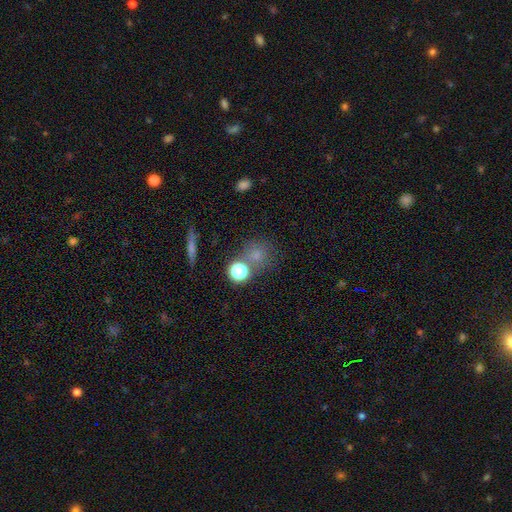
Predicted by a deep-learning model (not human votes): Smooth or featured?
  - smooth: 70% *
  - star or artifact: 20%
  - featured or disk: 10%
How rounded?
  - round: 85% *
  - in between: 13%
  - cigar-shaped: 2%
Merging?
  - none: 62% *
  - merger: 20%
  - minor disturbance: 12%
  - major disturbance: 6%